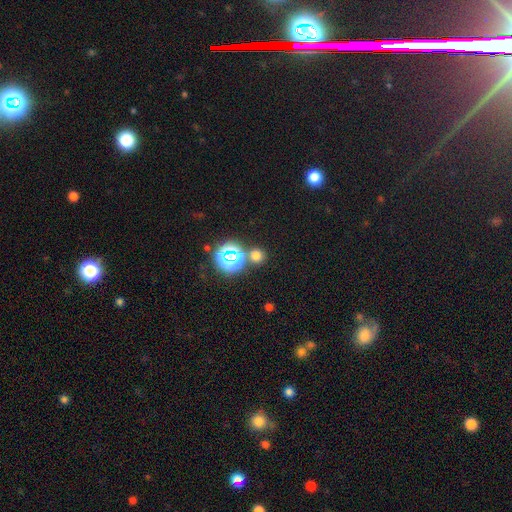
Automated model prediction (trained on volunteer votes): A smooth galaxy with no disk features (64%) that is round (91%). Merging: none (77%).